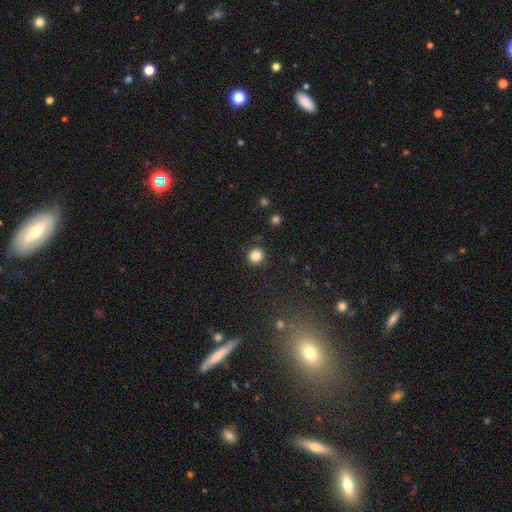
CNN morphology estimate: Overall: smooth (85%). How rounded: round (92%). Merging: none (91%).